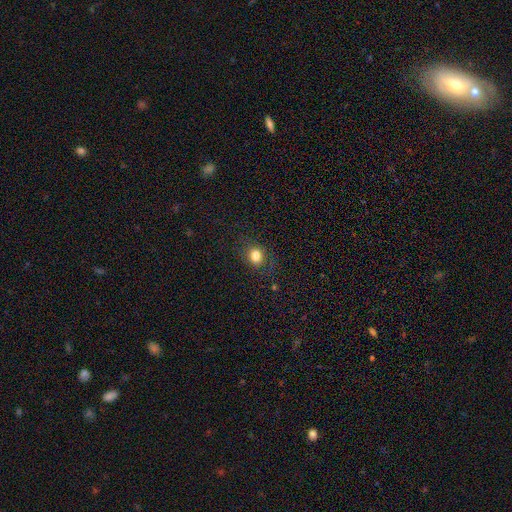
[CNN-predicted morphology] smooth_or_featured: smooth (p=0.82) [alt: star or artifact p=0.12]
how_rounded: round (p=0.59) [alt: in between p=0.40]
merging: none (p=0.82) [alt: minor disturbance p=0.12]